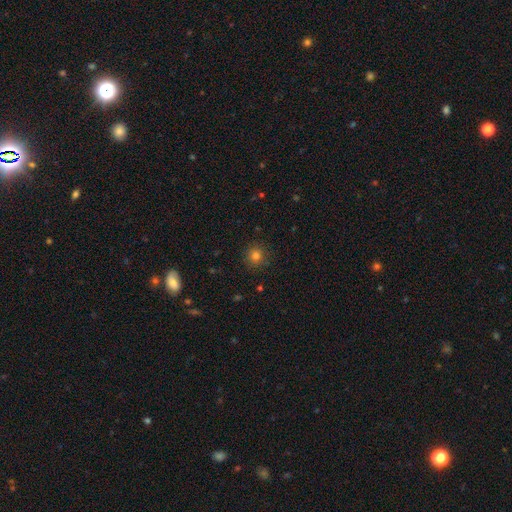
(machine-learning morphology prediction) This appears to be a smooth galaxy with no disk features (79%) that is round (93%). Merging: none (90%).